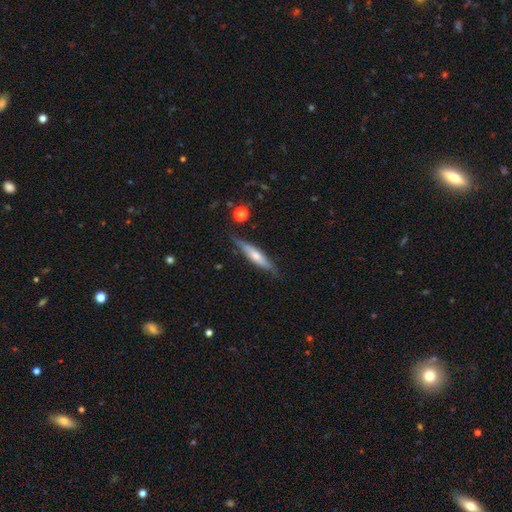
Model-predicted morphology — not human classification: A smooth galaxy with no disk features (49%).

Vote fractions:
- Smooth or featured? smooth: 49% / featured or disk: 45% / star or artifact: 6%
- Merging? none: 76% / minor disturbance: 18% / major disturbance: 4% / merger: 2%